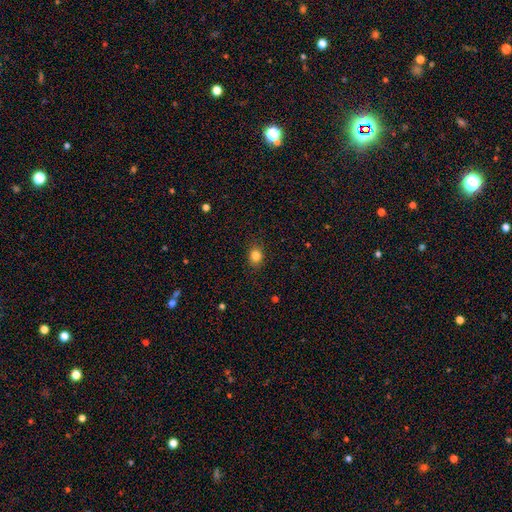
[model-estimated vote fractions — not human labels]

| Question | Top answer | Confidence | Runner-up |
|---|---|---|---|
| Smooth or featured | smooth | 83% | star or artifact (11%) |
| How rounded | round | 56% | in between (43%) |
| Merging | none | 86% | minor disturbance (10%) |